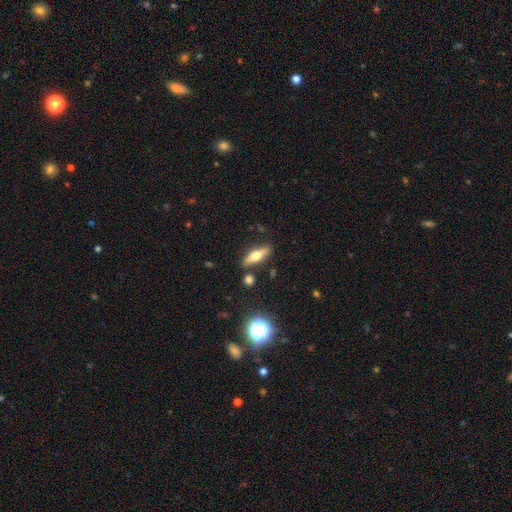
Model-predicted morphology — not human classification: Smooth or featured? Predicted: smooth (p=0.49). Merging? Predicted: none (p=0.80).